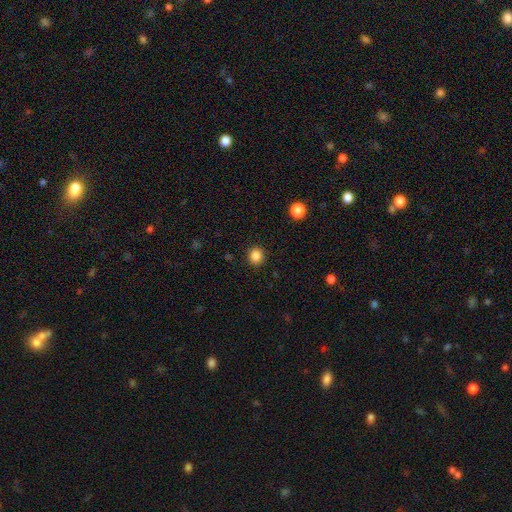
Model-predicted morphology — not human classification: The model was most divided on "smooth or featured": smooth: 85%, star or artifact: 11%, featured or disk: 4%. More confident: merging — none (92%); how rounded — round (87%).